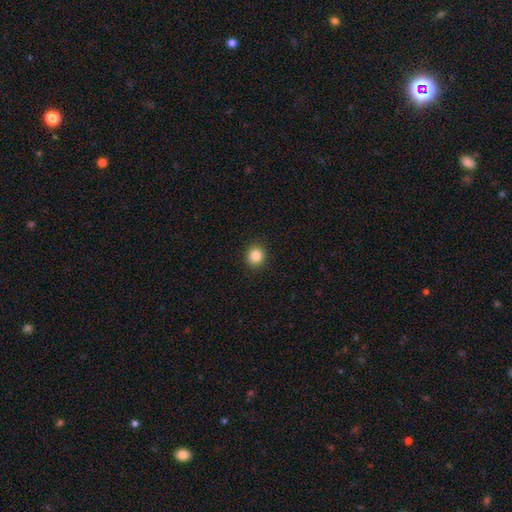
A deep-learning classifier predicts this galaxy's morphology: Smooth or featured? smooth (85%)
How rounded? round (89%)
Merging? none (92%)